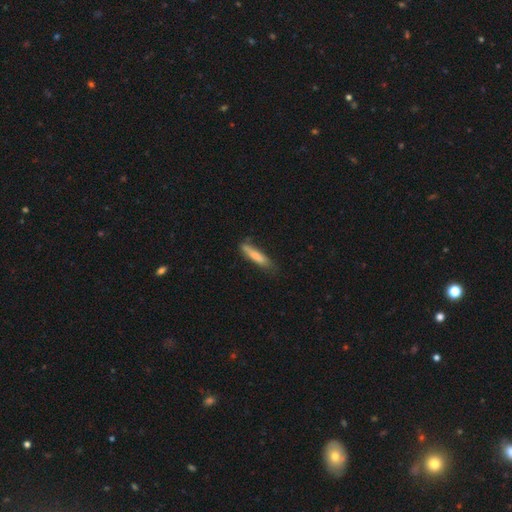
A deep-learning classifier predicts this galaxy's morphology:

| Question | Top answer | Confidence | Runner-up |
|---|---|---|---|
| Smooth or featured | smooth | 74% | featured or disk (20%) |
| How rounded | cigar-shaped | 83% | in between (16%) |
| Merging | none | 68% | minor disturbance (25%) |